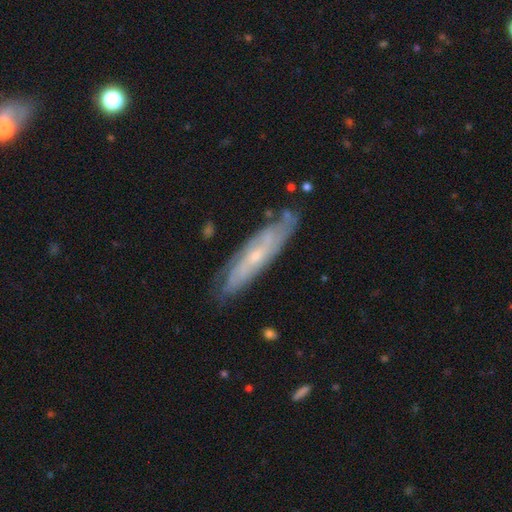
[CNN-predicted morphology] Overall: featured or disk (71%). Edge-on disk: no (62%; yes 38%). Merging: none (79%).